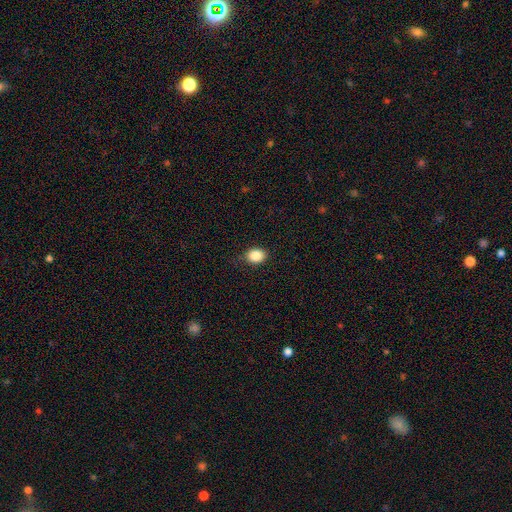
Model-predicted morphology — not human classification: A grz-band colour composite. It shows a smooth galaxy with no disk features (87%) that is in between round and cigar-shaped (55%). Merging: none (83%).